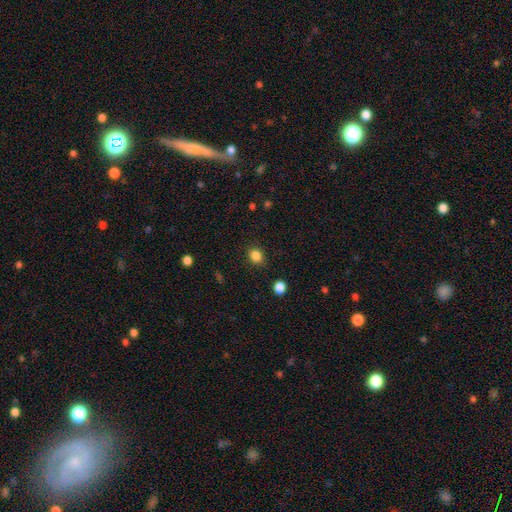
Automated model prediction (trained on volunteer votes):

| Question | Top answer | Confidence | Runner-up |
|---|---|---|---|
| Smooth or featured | smooth | 84% | star or artifact (12%) |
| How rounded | round | 63% | in between (36%) |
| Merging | none | 86% | minor disturbance (9%) |